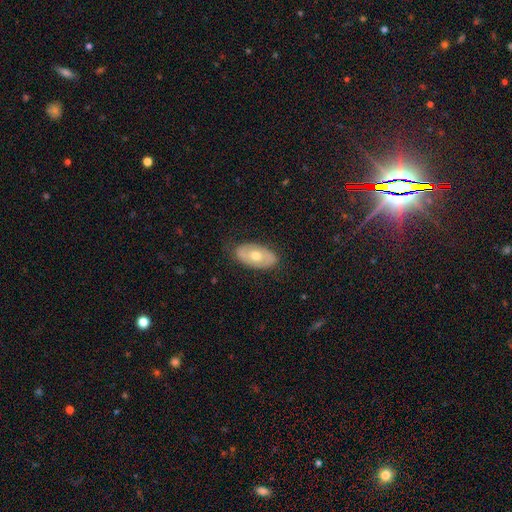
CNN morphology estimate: type=smooth (50%); roundness=in between (93%); merging=none (79%).